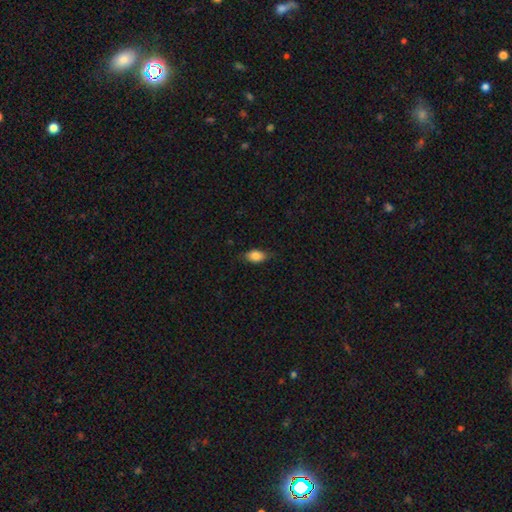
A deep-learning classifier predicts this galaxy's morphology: Q: Smooth or featured?
A: smooth (85%); runner-up: featured or disk (8%)
Q: How rounded?
A: in between (88%); runner-up: round (7%)
Q: Merging?
A: none (78%); runner-up: minor disturbance (17%)